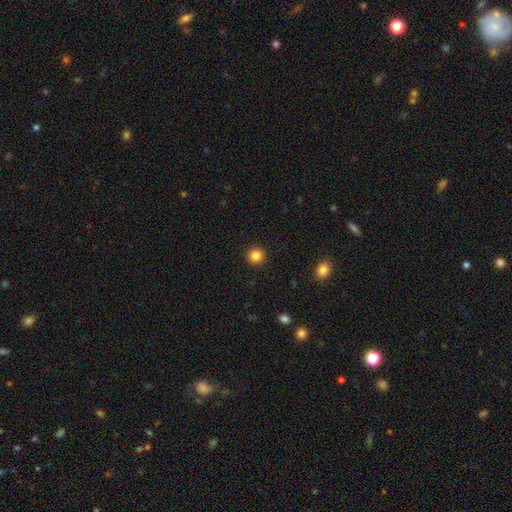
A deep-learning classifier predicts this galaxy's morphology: The model was most divided on "smooth or featured": smooth: 85%, star or artifact: 11%, featured or disk: 4%. More confident: how rounded — round (94%); merging — none (92%).